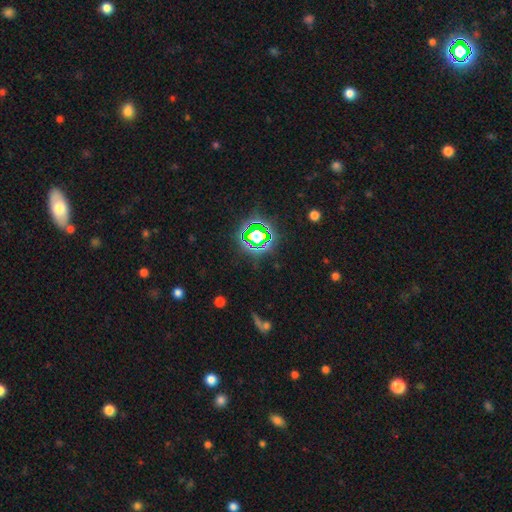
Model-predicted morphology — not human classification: Smooth or featured: star or artifact — 77% (smooth — 15%)